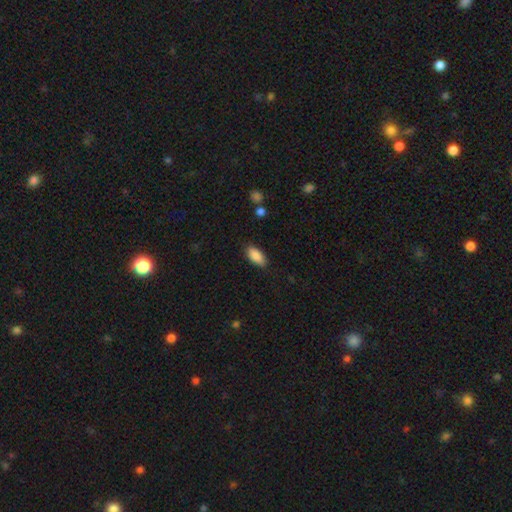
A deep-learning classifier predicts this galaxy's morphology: smooth 89%, star or artifact 7%, featured or disk 4%. Down the decision tree: how rounded — in between (89%); merging — none (85%).